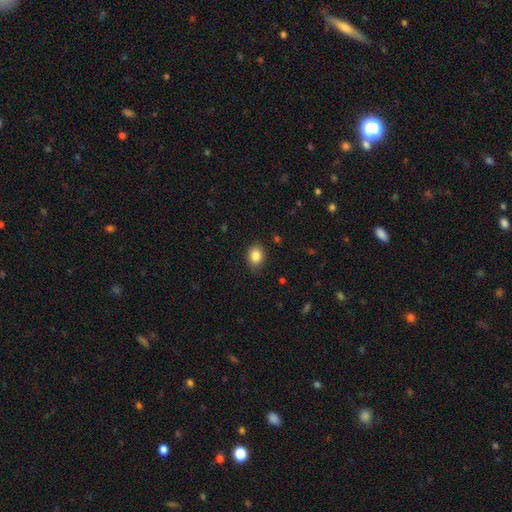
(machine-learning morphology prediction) smooth_or_featured: smooth (p=0.85) [alt: star or artifact p=0.09]
how_rounded: in between (p=0.53) [alt: round p=0.46]
merging: none (p=0.83) [alt: minor disturbance p=0.13]